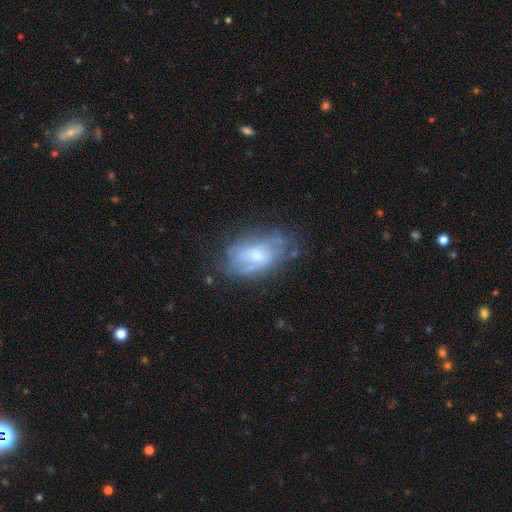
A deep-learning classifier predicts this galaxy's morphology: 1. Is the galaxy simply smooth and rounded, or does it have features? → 53% featured or disk, 39% smooth, 8% star or artifact.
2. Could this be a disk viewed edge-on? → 94% no, 6% yes.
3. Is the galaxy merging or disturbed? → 49% none, 29% minor disturbance, 17% major disturbance, 5% merger.